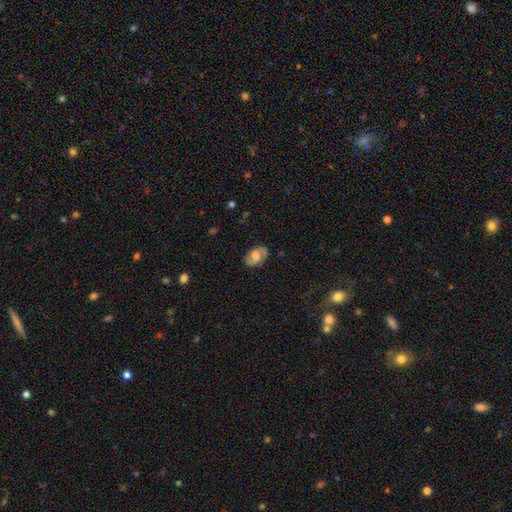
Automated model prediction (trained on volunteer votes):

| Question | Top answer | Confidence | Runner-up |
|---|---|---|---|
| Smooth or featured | featured or disk | 63% | smooth (30%) |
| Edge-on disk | no | 96% | yes (4%) |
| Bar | weak | 46% | no (41%) |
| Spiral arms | yes | 86% | no (14%) |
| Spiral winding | medium | 48% | loose (27%) |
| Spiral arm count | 2 | 87% | can't tell (7%) |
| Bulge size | moderate | 42% | large (31%) |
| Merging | none | 80% | minor disturbance (14%) |